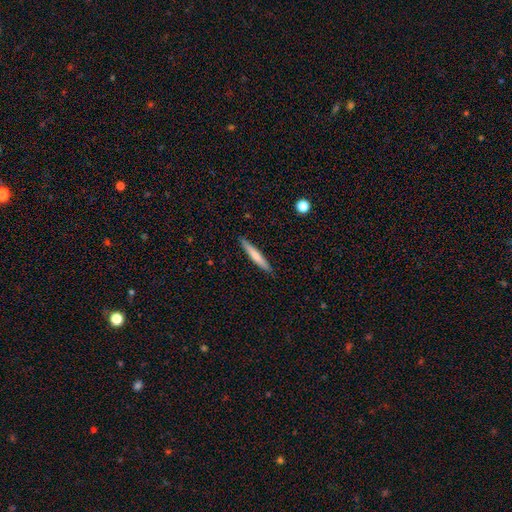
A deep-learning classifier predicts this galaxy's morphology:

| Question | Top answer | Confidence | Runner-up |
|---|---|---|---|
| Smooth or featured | smooth | 64% | featured or disk (30%) |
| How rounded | cigar-shaped | 95% | in between (4%) |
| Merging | none | 90% | minor disturbance (8%) |